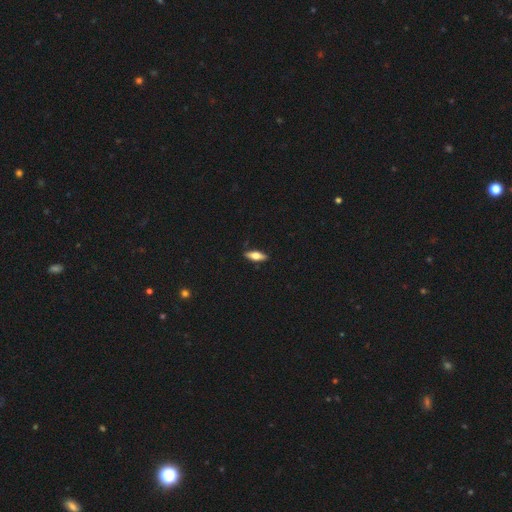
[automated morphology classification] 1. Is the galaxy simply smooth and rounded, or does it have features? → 60% smooth, 34% featured or disk, 6% star or artifact.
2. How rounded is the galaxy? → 62% in between, 35% cigar-shaped, 3% round.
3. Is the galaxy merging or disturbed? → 89% none, 9% minor disturbance, 2% major disturbance, 1% merger.